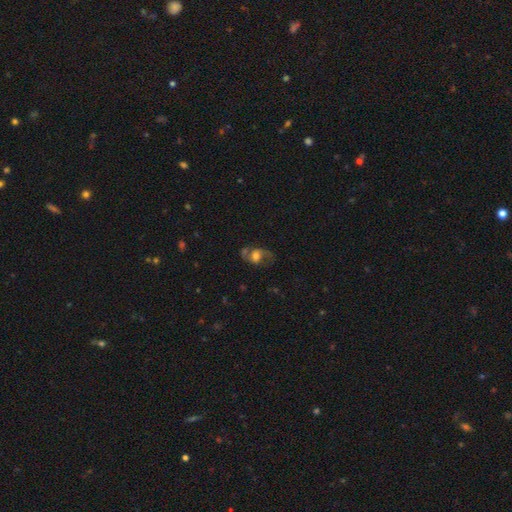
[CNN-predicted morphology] A featured or disk galaxy (54%) with no bar (64%), spiral arms (79%) and a moderate central bulge (39%).

Vote fractions:
- Smooth or featured? featured or disk: 54% / smooth: 35% / star or artifact: 11%
- Edge-on disk? no: 95% / yes: 5%
- Bar? no: 64% / weak: 29% / strong: 7%
- Spiral arms? yes: 79% / no: 21%
- Bulge size? moderate: 39% / large: 38% / small: 12% / dominant: 6% / none: 5%
- Merging? none: 44% / major disturbance: 23% / minor disturbance: 20% / merger: 13%